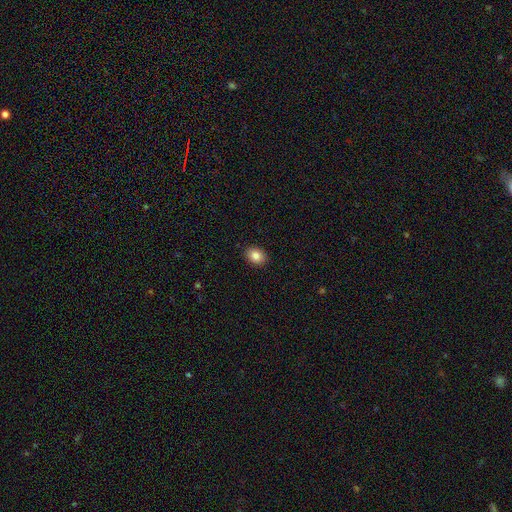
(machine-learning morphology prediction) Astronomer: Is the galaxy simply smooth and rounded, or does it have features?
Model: smooth — 85%.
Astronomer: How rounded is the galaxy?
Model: in between — 59% (runner-up: round, 40%).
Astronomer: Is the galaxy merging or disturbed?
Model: none — 91%.